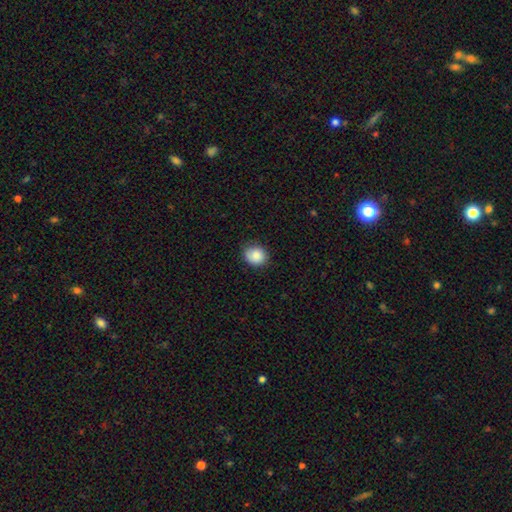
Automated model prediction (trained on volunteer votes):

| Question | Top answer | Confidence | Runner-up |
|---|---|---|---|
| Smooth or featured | smooth | 85% | star or artifact (8%) |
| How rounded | round | 71% | in between (28%) |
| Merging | none | 77% | minor disturbance (18%) |